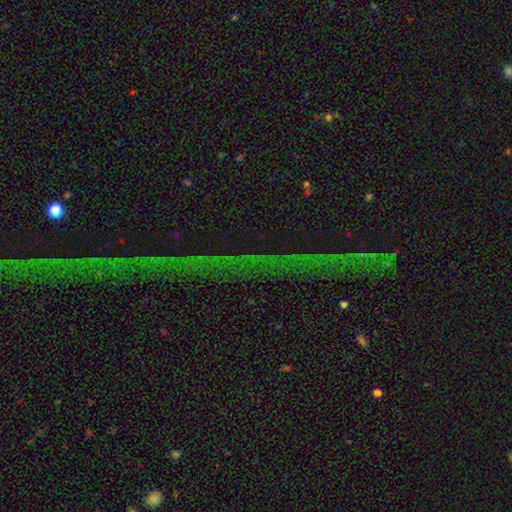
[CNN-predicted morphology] smooth_or_featured: star or artifact (p=0.83) [alt: featured or disk p=0.10]